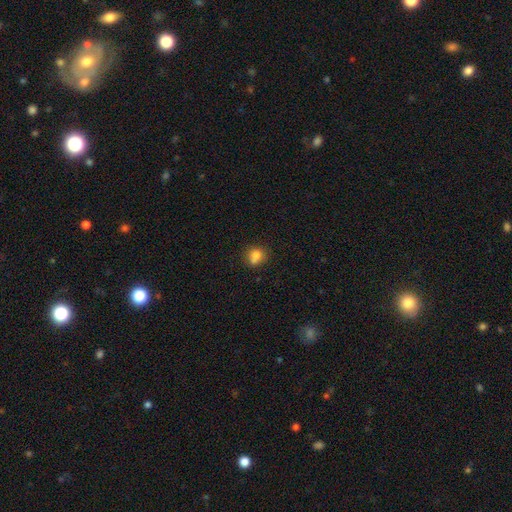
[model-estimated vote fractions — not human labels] smooth-or-featured: smooth: 77% | featured or disk: 12% | star or artifact: 11%
  how-rounded: round: 73% | in between: 26% | cigar-shaped: 1%
  merging: none: 50% | merger: 30% | minor disturbance: 16% | major disturbance: 5%